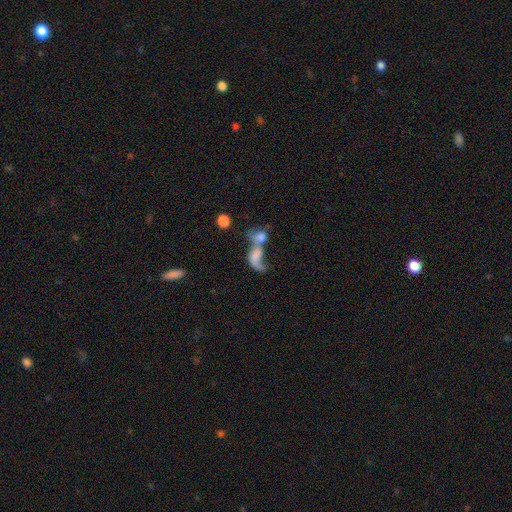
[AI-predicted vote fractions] Overall: smooth (48%; featured or disk 41%). Merging: merger (72%).